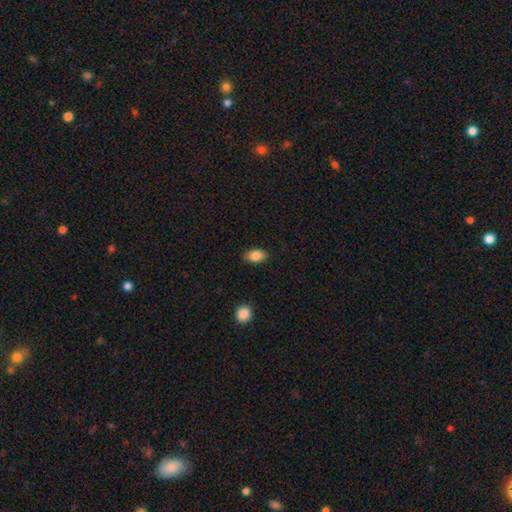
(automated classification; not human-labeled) smooth 86%, star or artifact 8%, featured or disk 7%. Down the decision tree: how rounded — in between (88%); merging — none (86%).